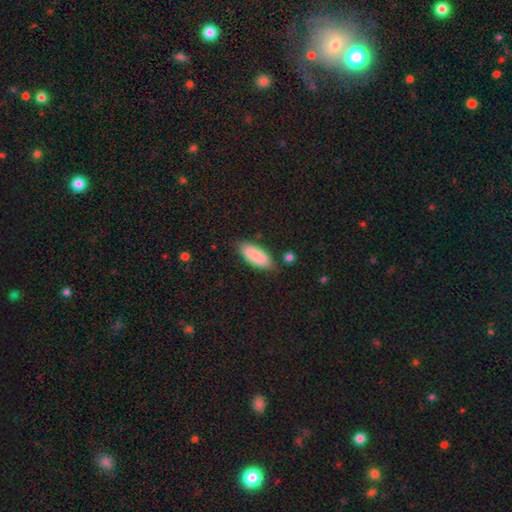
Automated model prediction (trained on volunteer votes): Smooth or featured? smooth (88%)
How rounded? in between (79%)
Merging? none (79%)